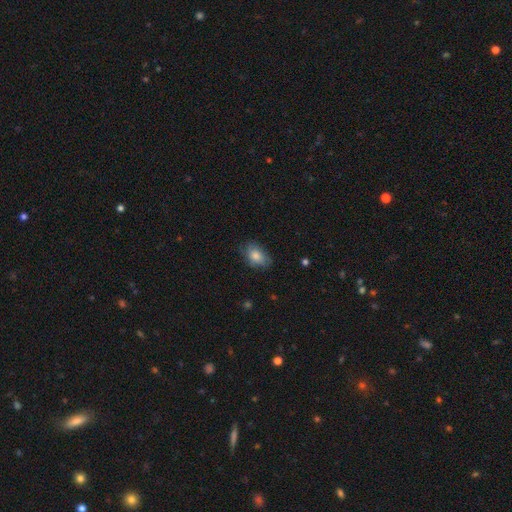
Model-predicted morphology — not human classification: Smooth or featured?
  - smooth: 78% *
  - featured or disk: 14%
  - star or artifact: 8%
How rounded?
  - in between: 86% *
  - round: 12%
  - cigar-shaped: 2%
Merging?
  - none: 71% *
  - minor disturbance: 23%
  - major disturbance: 6%
  - merger: 1%